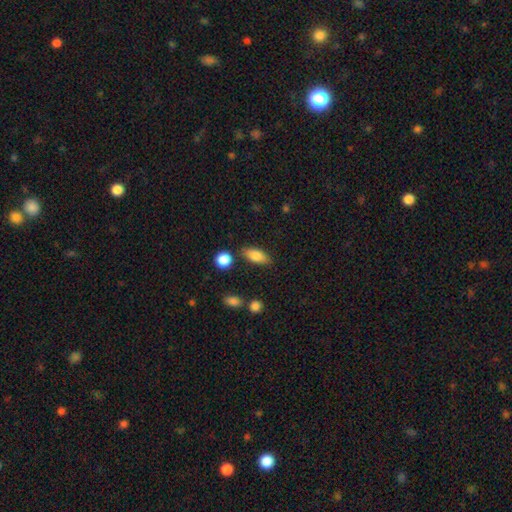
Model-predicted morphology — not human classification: Smooth or featured?
  - smooth: 82% *
  - featured or disk: 11%
  - star or artifact: 8%
How rounded?
  - in between: 82% *
  - cigar-shaped: 14%
  - round: 4%
Merging?
  - none: 79% *
  - minor disturbance: 13%
  - merger: 5%
  - major disturbance: 3%